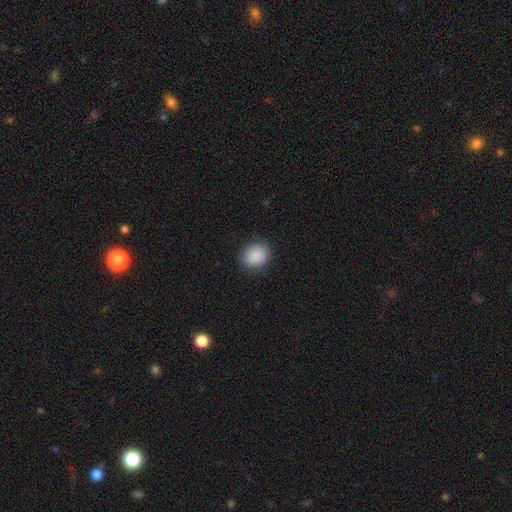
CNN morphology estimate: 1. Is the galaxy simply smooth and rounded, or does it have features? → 90% smooth, 7% star or artifact, 3% featured or disk.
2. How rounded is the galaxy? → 59% round, 40% in between, 1% cigar-shaped.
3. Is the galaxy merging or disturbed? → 88% none, 9% minor disturbance, 3% major disturbance, 1% merger.